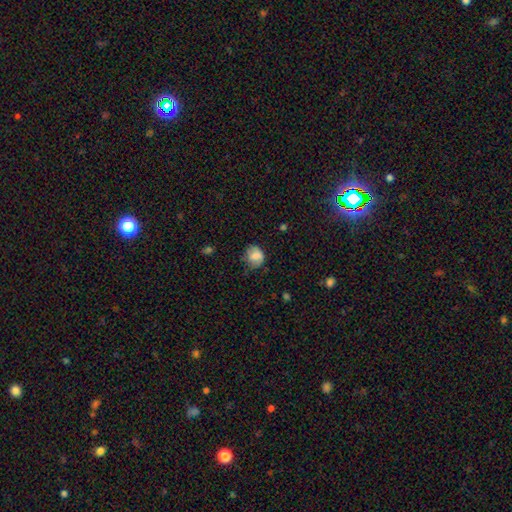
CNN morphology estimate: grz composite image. It shows a smooth galaxy with no disk features (77%) that is round (66%). Merging: none (56%).